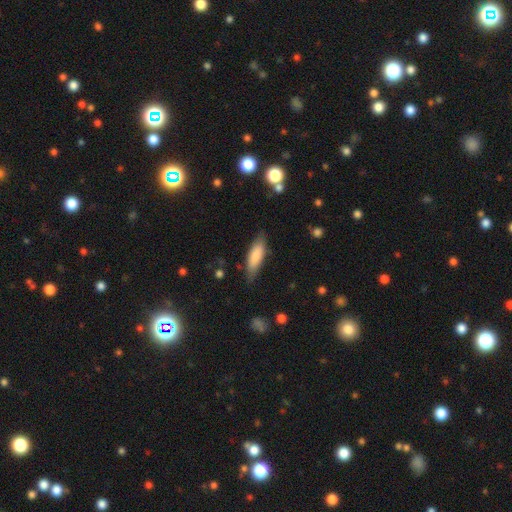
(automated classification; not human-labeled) Overall: smooth (80%). How rounded: in between (51%; cigar-shaped 47%). Merging: none (77%).